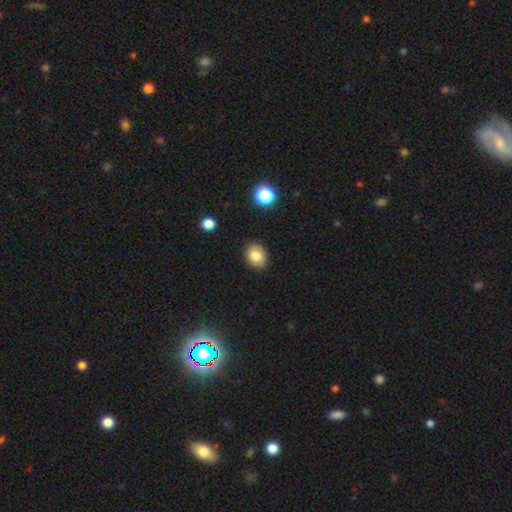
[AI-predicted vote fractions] Smooth or featured? Predicted: smooth (p=0.82). How rounded? Predicted: in between (p=0.59). Merging? Predicted: none (p=0.87).